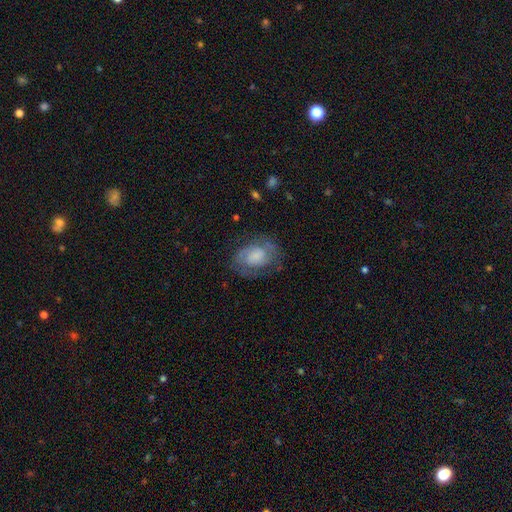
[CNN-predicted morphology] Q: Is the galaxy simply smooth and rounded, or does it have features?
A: featured or disk — 59%.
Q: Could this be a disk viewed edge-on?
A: no — 97%.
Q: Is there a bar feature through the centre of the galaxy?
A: no — 66%.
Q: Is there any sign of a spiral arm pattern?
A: yes — 83%.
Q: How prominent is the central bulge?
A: small — 33%.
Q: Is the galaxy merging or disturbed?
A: none — 67%.